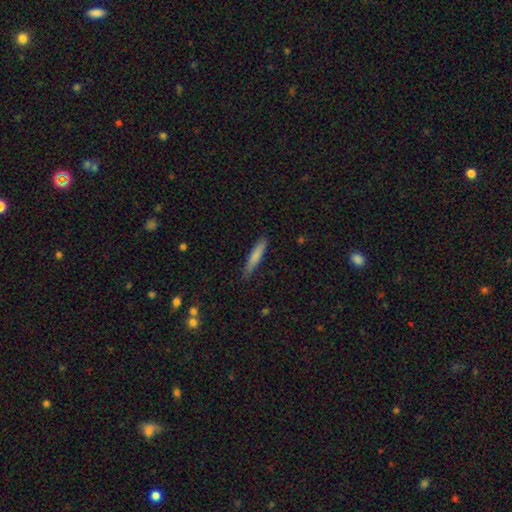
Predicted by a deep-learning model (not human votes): Overall: smooth (77%). How rounded: cigar-shaped (90%). Merging: none (84%).